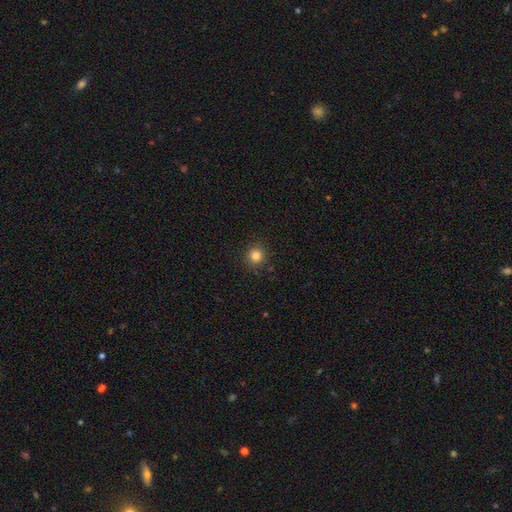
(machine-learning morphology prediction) Q: Smooth or featured?
A: smooth (83%); runner-up: star or artifact (12%)
Q: How rounded?
A: round (93%); runner-up: in between (6%)
Q: Merging?
A: none (89%); runner-up: minor disturbance (7%)